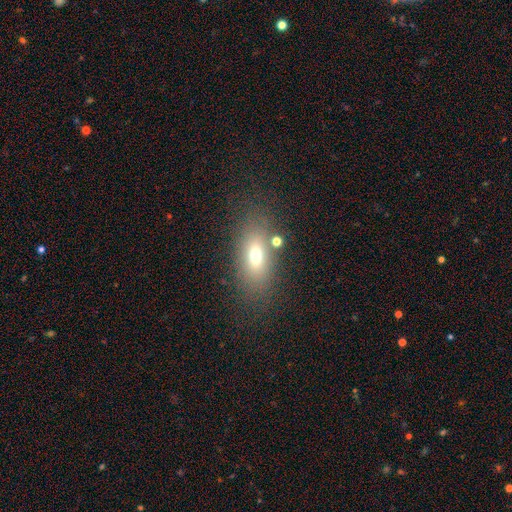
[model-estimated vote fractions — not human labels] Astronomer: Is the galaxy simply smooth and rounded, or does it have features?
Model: smooth — 66%.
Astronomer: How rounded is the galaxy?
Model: in between — 78%.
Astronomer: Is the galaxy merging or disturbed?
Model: none — 73%.